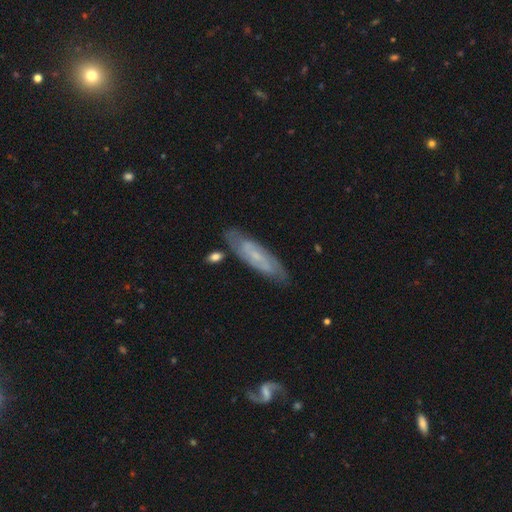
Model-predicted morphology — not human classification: This appears to be a featured or disk galaxy (67%) with no bar (48%), spiral arms (85%) and a small central bulge (72%). Merging: none (78%).